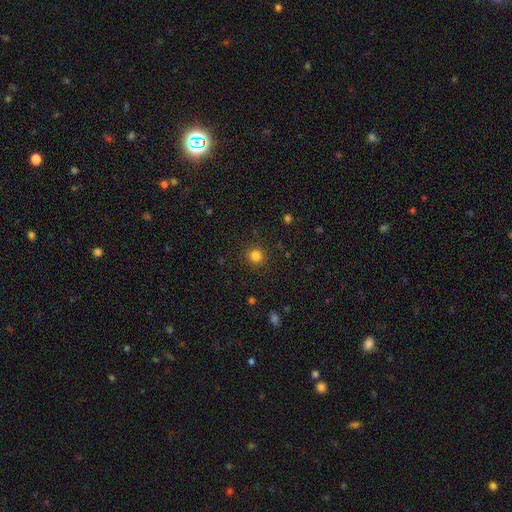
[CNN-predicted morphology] smooth 82%, star or artifact 14%, featured or disk 5%. Down the decision tree: how rounded — round (93%); merging — none (90%).